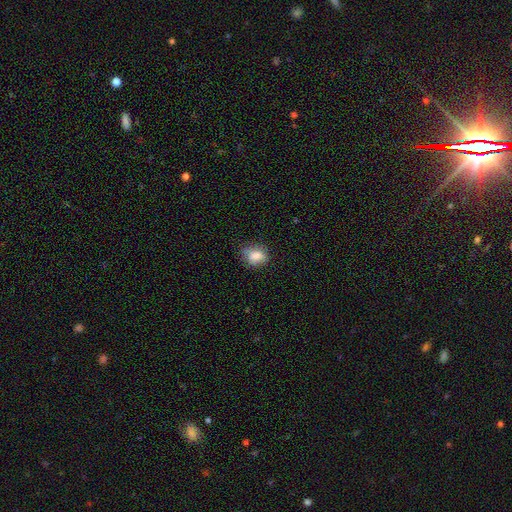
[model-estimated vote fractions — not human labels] This is likely a smooth galaxy (79%). How rounded: possibly in between (60%). Merging: likely none (65%).